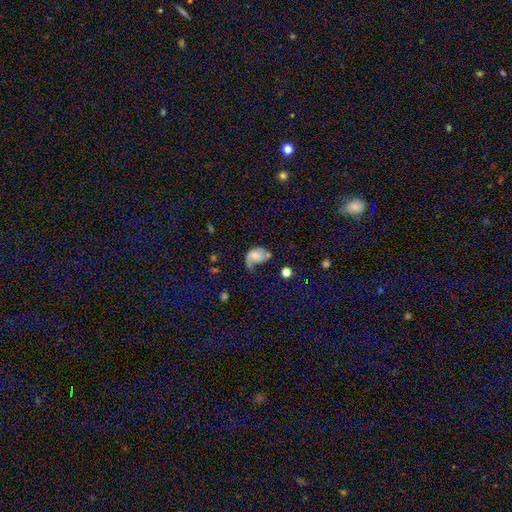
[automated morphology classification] smooth_or_featured: featured or disk (p=0.51) [alt: smooth p=0.39]
disk_edge_on: no (p=0.97) [alt: yes p=0.03]
merging: major disturbance (p=0.38) [alt: minor disturbance p=0.28]